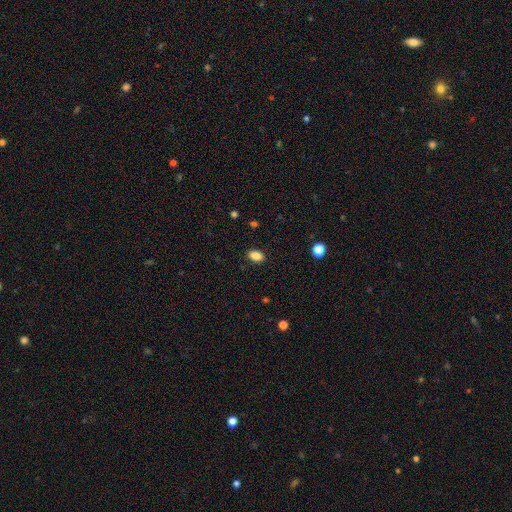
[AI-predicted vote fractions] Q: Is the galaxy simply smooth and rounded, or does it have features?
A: smooth — 86%.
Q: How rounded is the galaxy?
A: in between — 85%.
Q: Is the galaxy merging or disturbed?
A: none — 89%.